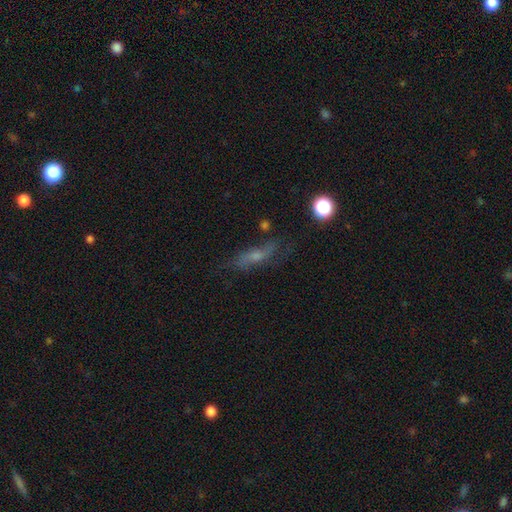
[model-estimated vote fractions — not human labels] Smooth or featured: featured or disk — 47% (smooth — 35%)
Merging: none — 64% (minor disturbance — 21%)